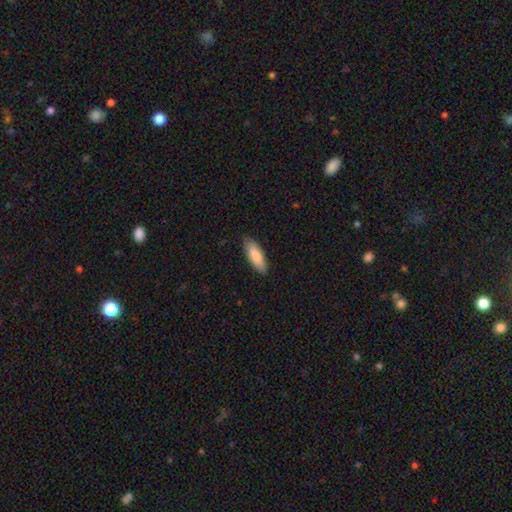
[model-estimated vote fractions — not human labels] This is clearly a smooth galaxy (84%). How rounded: likely in between (63%). Merging: clearly none (87%).